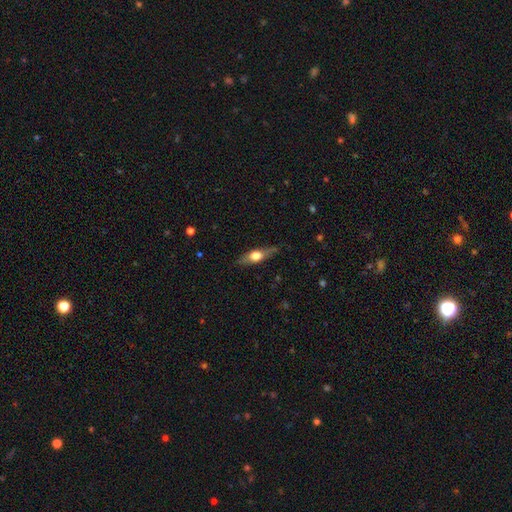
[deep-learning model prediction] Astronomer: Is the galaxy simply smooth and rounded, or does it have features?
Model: featured or disk — 49% (runner-up: smooth, 44%).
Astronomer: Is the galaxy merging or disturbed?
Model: none — 79%.